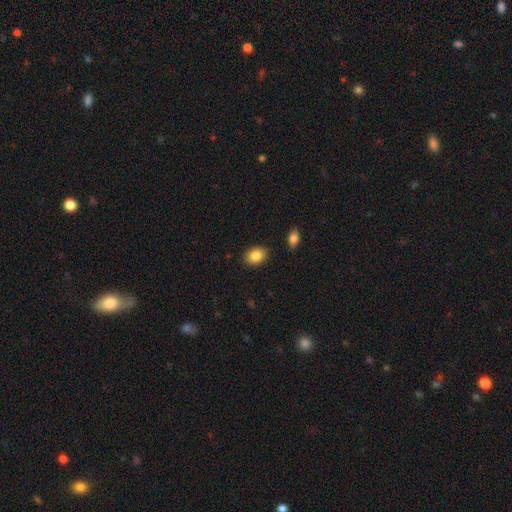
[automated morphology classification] Q: Smooth or featured?
A: smooth (85%); runner-up: star or artifact (8%)
Q: How rounded?
A: in between (73%); runner-up: round (26%)
Q: Merging?
A: none (88%); runner-up: minor disturbance (8%)